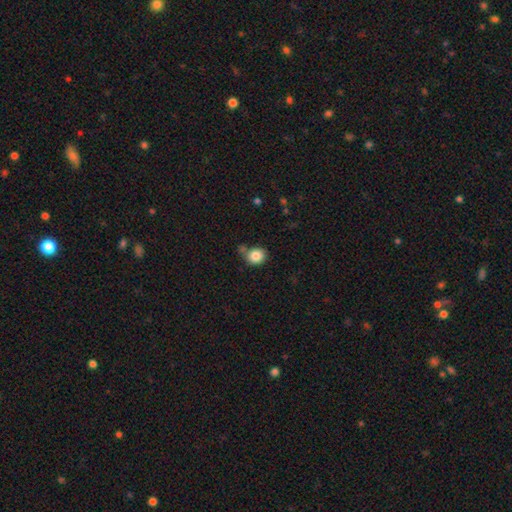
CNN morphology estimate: Smooth or featured?
  - smooth: 84% *
  - star or artifact: 10%
  - featured or disk: 6%
How rounded?
  - round: 76% *
  - in between: 23%
  - cigar-shaped: 1%
Merging?
  - none: 65% *
  - minor disturbance: 18%
  - merger: 12%
  - major disturbance: 5%